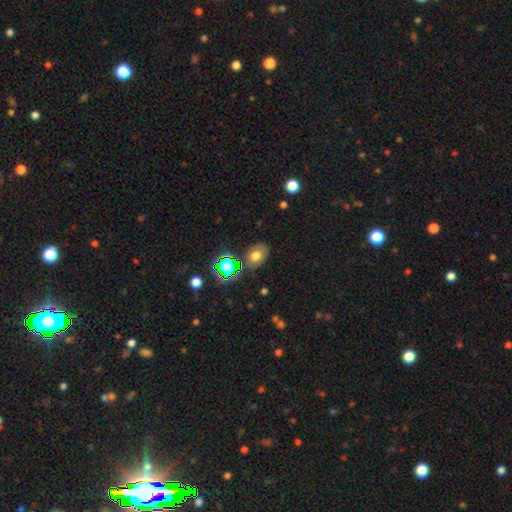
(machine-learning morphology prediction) A smooth galaxy with no disk features (67%) that is in between round and cigar-shaped (71%).

Vote fractions:
- Smooth or featured? smooth: 67% / star or artifact: 19% / featured or disk: 14%
- How rounded? in between: 71% / round: 28% / cigar-shaped: 1%
- Merging? none: 77% / minor disturbance: 15% / major disturbance: 4% / merger: 4%